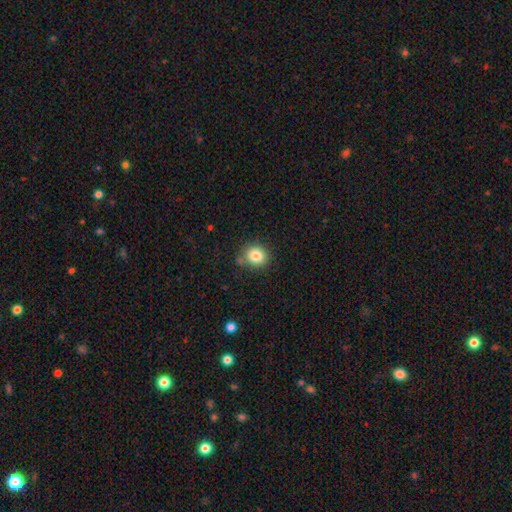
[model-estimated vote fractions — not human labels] smooth 82%, star or artifact 11%, featured or disk 7%. Down the decision tree: how rounded — round (80%); merging — none (80%).